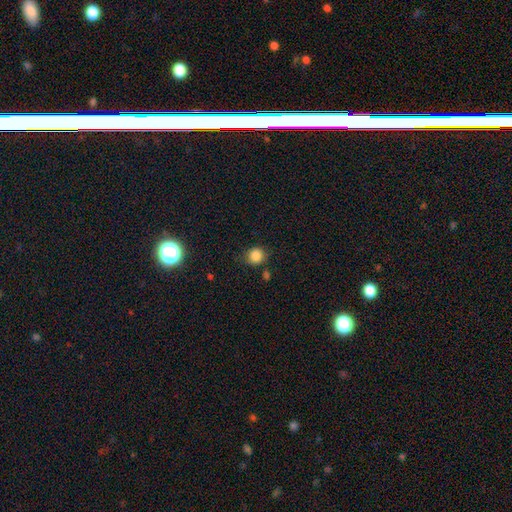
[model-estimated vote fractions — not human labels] This is clearly a smooth galaxy (84%). How rounded: clearly round (84%). Merging: likely none (75%).